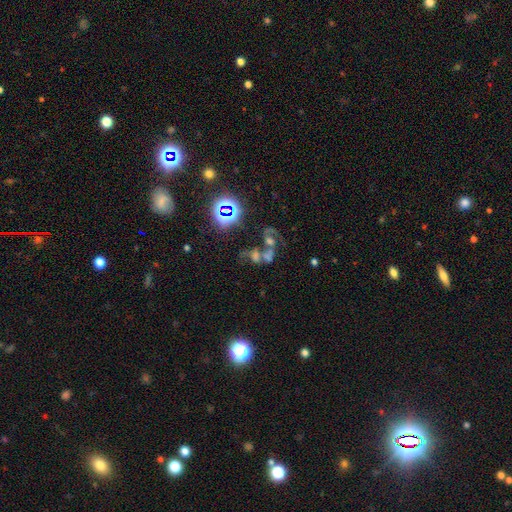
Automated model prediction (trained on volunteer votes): smooth-or-featured: star or artifact: 37% (tied) | featured or disk: 37% (tied) | smooth: 26%